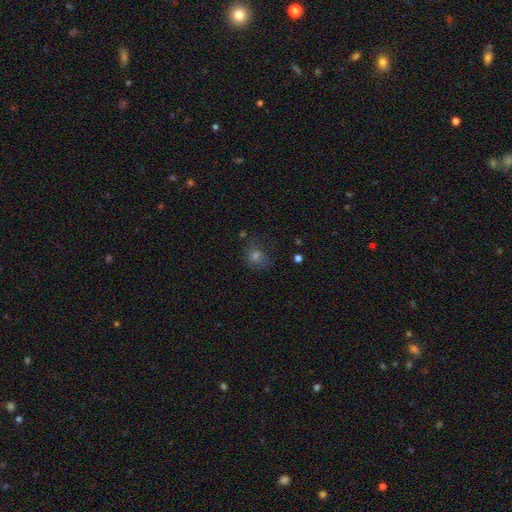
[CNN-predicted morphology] smooth-or-featured: smooth: 59% | star or artifact: 26% | featured or disk: 14%
  how-rounded: round: 75% | in between: 24% | cigar-shaped: 1%
  merging: none: 67% | minor disturbance: 20% | major disturbance: 11% | merger: 3%